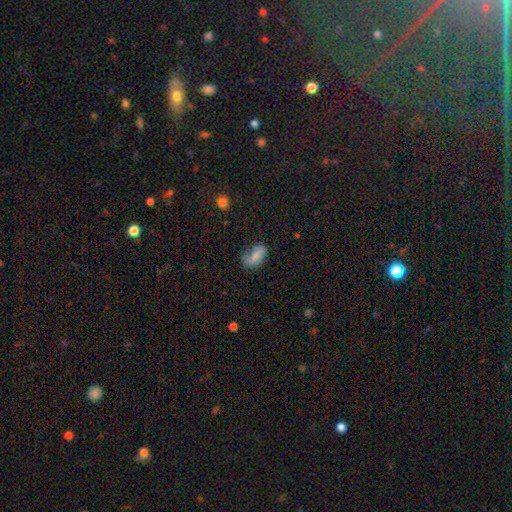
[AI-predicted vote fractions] Smooth or featured?
  - smooth: 59% *
  - featured or disk: 33%
  - star or artifact: 9%
How rounded?
  - in between: 88% *
  - round: 7%
  - cigar-shaped: 5%
Merging?
  - none: 55% *
  - minor disturbance: 29%
  - major disturbance: 13%
  - merger: 3%